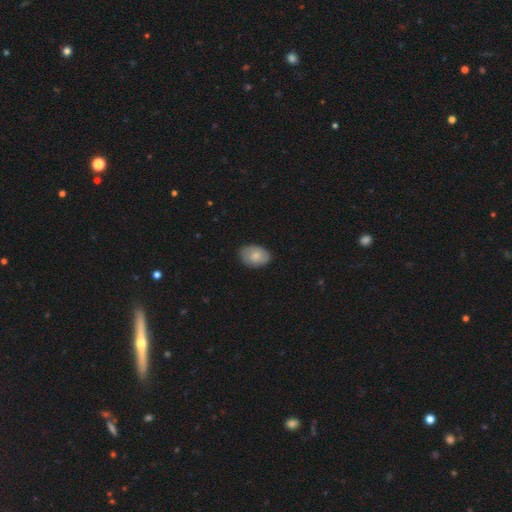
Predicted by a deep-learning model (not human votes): smooth-or-featured: smooth: 78% | featured or disk: 15% | star or artifact: 6%
  how-rounded: in between: 80% | round: 18% | cigar-shaped: 1%
  merging: none: 82% | minor disturbance: 14% | major disturbance: 3% | merger: 1%